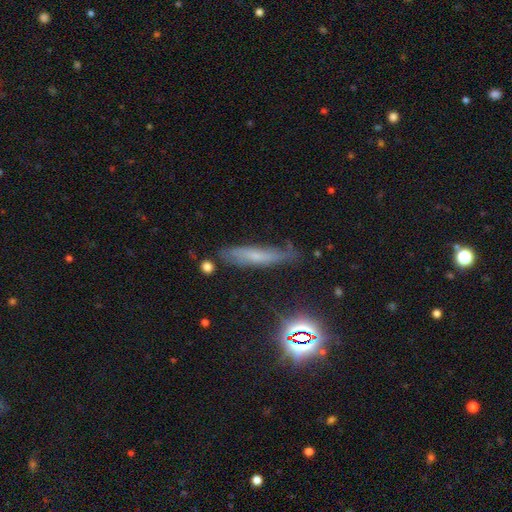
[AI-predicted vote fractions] Smooth or featured?
  - smooth: 48% *
  - featured or disk: 34%
  - star or artifact: 18%
Merging?
  - none: 68% *
  - minor disturbance: 23%
  - major disturbance: 6%
  - merger: 3%